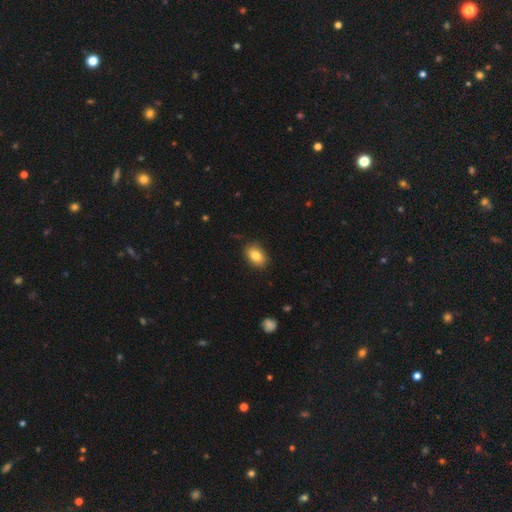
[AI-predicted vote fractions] A smooth galaxy with no disk features (84%) that is in between round and cigar-shaped (85%).

Vote fractions:
- Smooth or featured? smooth: 84% / featured or disk: 8% / star or artifact: 8%
- How rounded? in between: 85% / round: 14% / cigar-shaped: 1%
- Merging? none: 85% / minor disturbance: 11% / major disturbance: 2% / merger: 1%